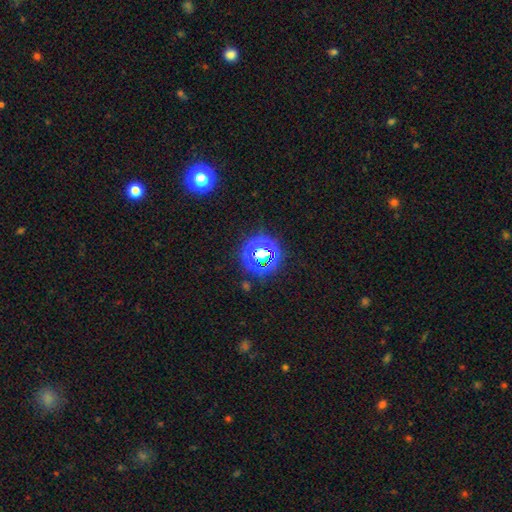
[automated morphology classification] The model was most divided on "smooth or featured": star or artifact: 66%, smooth: 25%, featured or disk: 9%.